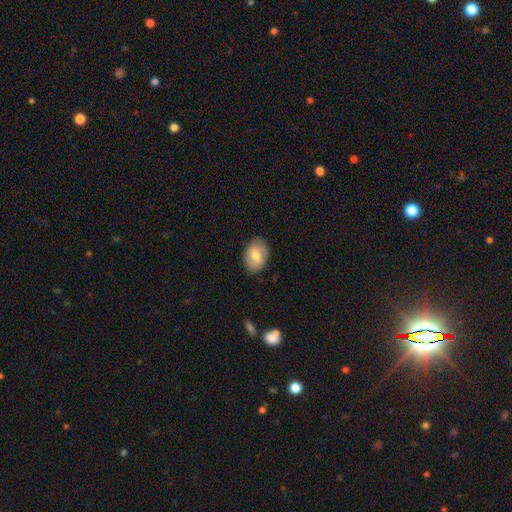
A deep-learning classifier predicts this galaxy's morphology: A smooth galaxy with no disk features (68%) that is in between round and cigar-shaped (77%).

Vote fractions:
- Smooth or featured? smooth: 68% / featured or disk: 25% / star or artifact: 7%
- How rounded? in between: 77% / round: 22% / cigar-shaped: 1%
- Merging? none: 85% / minor disturbance: 11% / major disturbance: 3% / merger: 1%